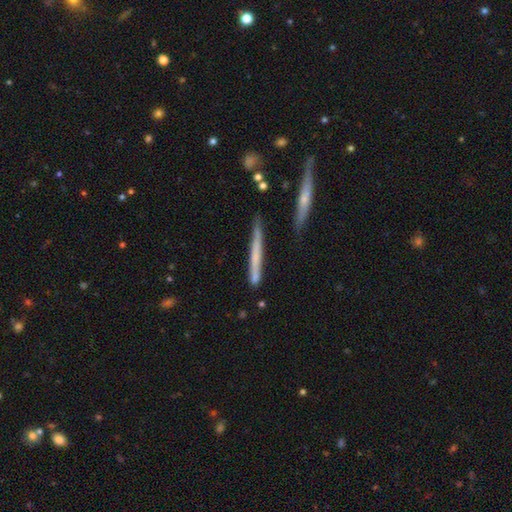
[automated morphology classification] Smooth or featured: smooth — 53% (featured or disk — 41%)
How rounded: cigar-shaped — 96% (in between — 2%)
Merging: none — 78% (minor disturbance — 15%)